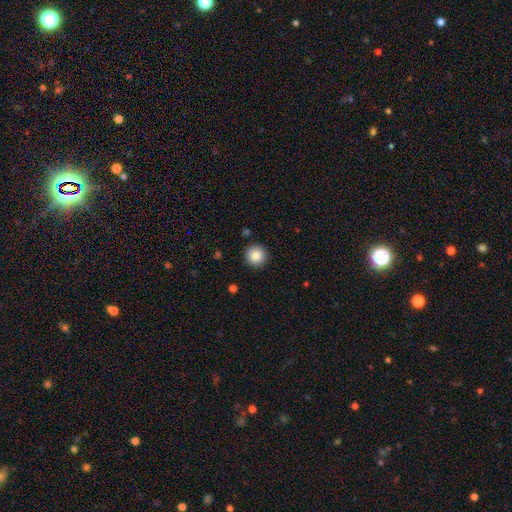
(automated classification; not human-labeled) A smooth galaxy with no disk features (86%) that is round (95%). Merging: none (92%).